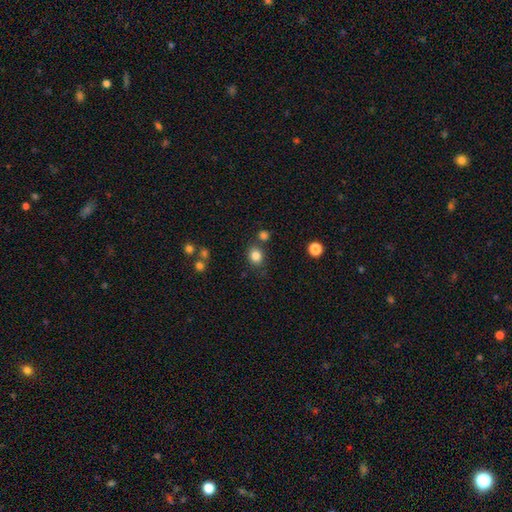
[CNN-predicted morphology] smooth-or-featured: smooth: 83% | star or artifact: 12% | featured or disk: 5%
  how-rounded: round: 67% | in between: 32% | cigar-shaped: 1%
  merging: none: 76% | minor disturbance: 12% | merger: 9% | major disturbance: 4%